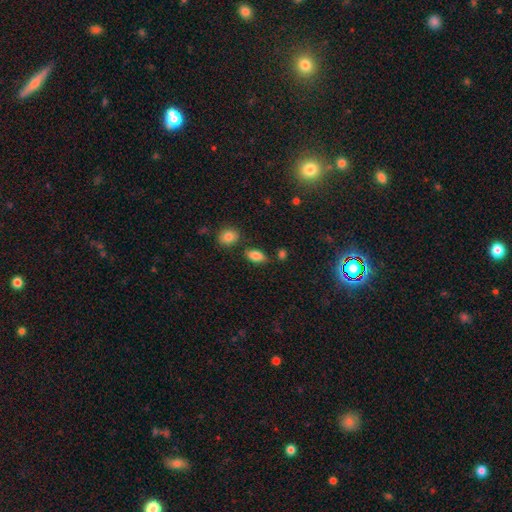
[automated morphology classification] A smooth galaxy with no disk features (84%) that is in between round and cigar-shaped (90%).

Vote fractions:
- Smooth or featured? smooth: 84% / star or artifact: 9% / featured or disk: 8%
- How rounded? in between: 90% / round: 5% / cigar-shaped: 4%
- Merging? none: 78% / minor disturbance: 13% / merger: 6% / major disturbance: 3%